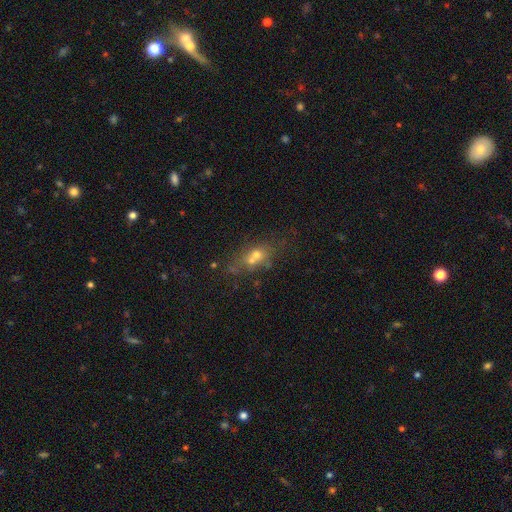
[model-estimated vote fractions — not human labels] Smooth or featured? smooth (51%)
How rounded? in between (48%)
Merging? merger (40%, tied with none)